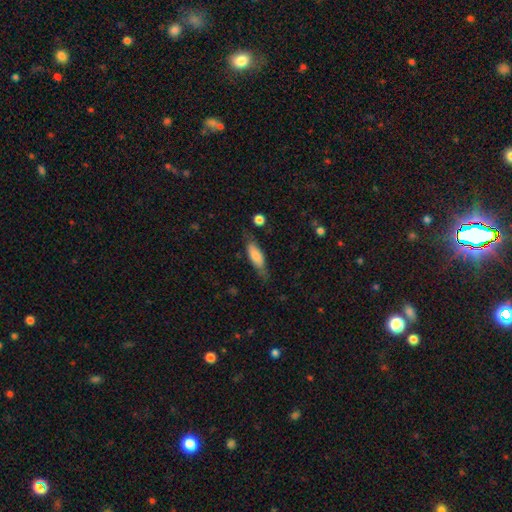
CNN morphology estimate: Smooth or featured: smooth — 72% (featured or disk — 22%)
How rounded: in between — 56% (cigar-shaped — 42%)
Merging: none — 67% (minor disturbance — 23%)